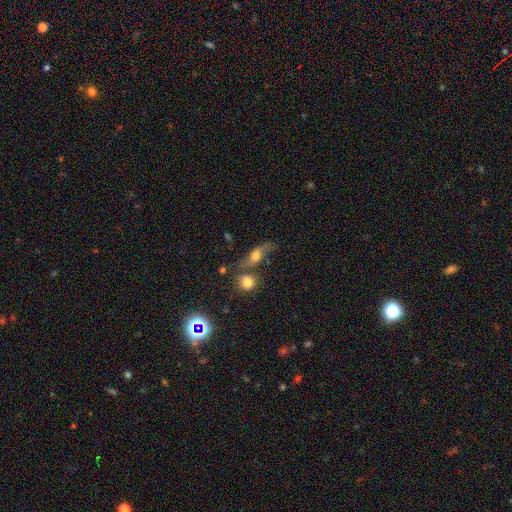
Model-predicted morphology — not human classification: smooth_or_featured: smooth (p=0.50) [alt: featured or disk p=0.38]
how_rounded: in between (p=0.57) [alt: cigar-shaped p=0.30]
merging: none (p=0.49) [alt: merger p=0.20]